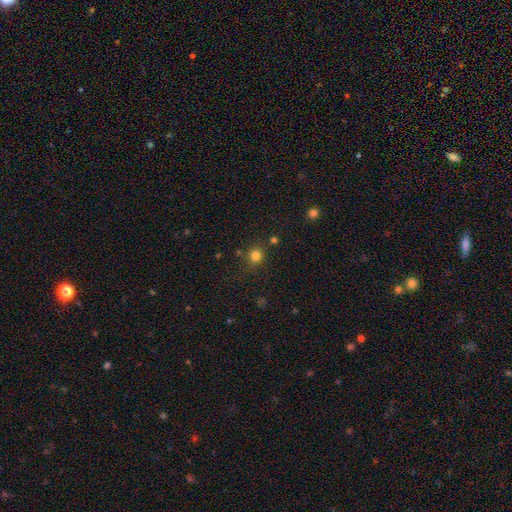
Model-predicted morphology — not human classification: Smooth or featured? Predicted: smooth (p=0.79). How rounded? Predicted: round (p=0.87). Merging? Predicted: none (p=0.80).